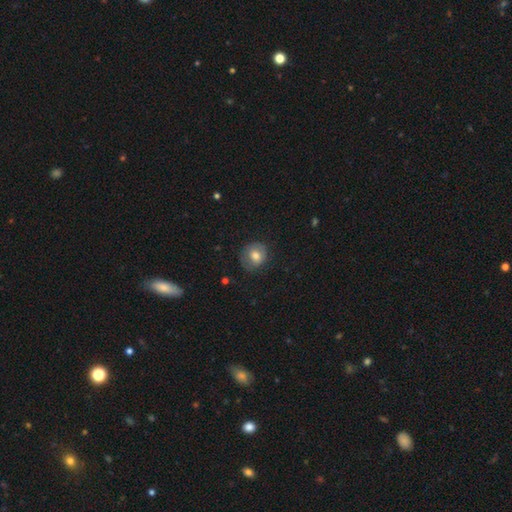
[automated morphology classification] A smooth galaxy with no disk features (71%) that is round (78%). Merging: none (72%).